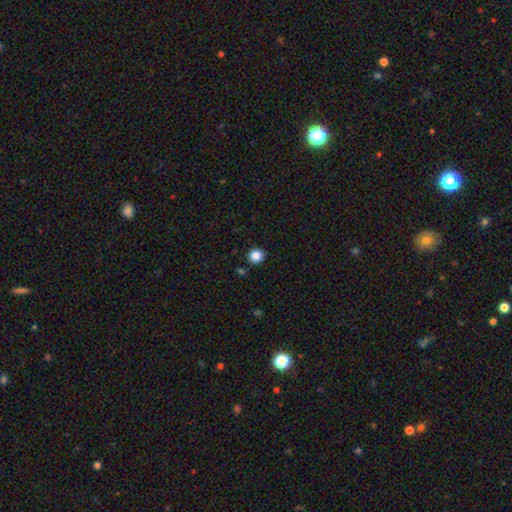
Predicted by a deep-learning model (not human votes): Morphology: type=smooth (86%); roundness=round (83%); merging=none (89%).